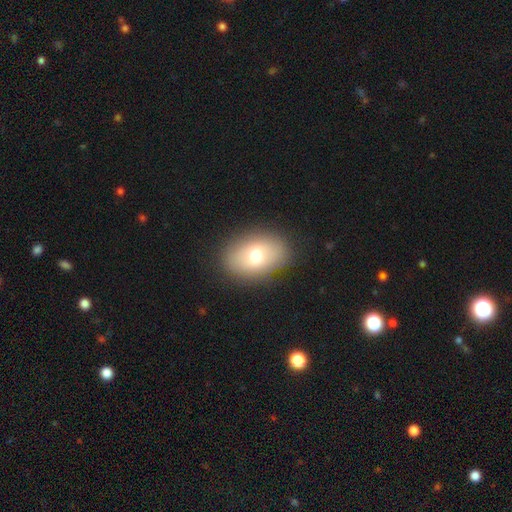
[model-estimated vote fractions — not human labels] smooth_or_featured: smooth (p=0.72) [alt: featured or disk p=0.19]
how_rounded: in between (p=0.80) [alt: round p=0.19]
merging: none (p=0.86) [alt: minor disturbance p=0.10]